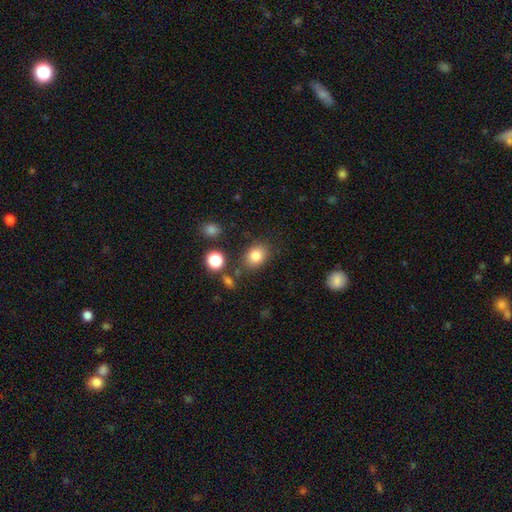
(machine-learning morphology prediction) Overall: smooth (82%). How rounded: in between (60%; round 39%). Merging: none (79%).